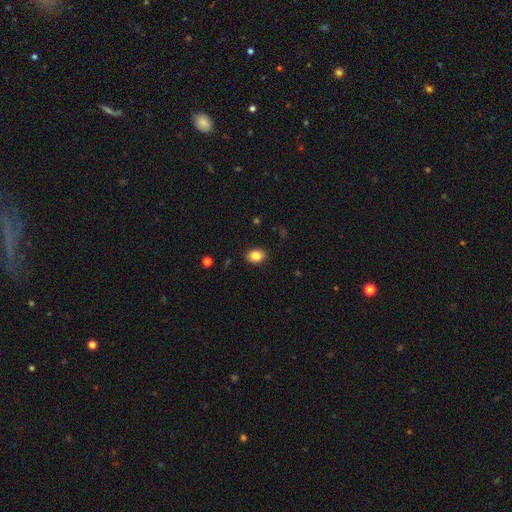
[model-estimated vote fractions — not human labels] Smooth or featured?
  - smooth: 86% *
  - star or artifact: 9%
  - featured or disk: 5%
How rounded?
  - in between: 68% *
  - round: 31%
  - cigar-shaped: 1%
Merging?
  - none: 89% *
  - minor disturbance: 8%
  - major disturbance: 2%
  - merger: 1%